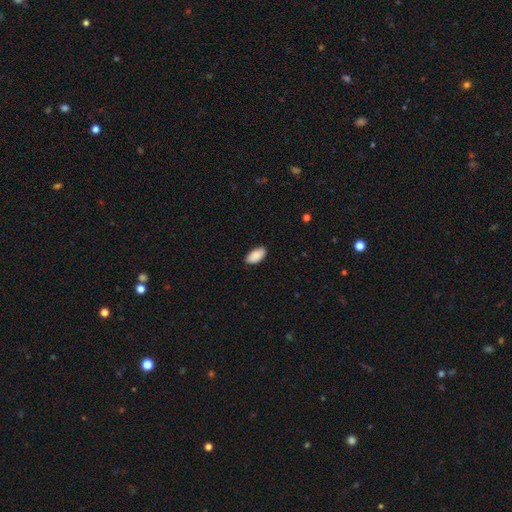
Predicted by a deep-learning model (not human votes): Q: Smooth or featured?
A: smooth (89%); runner-up: star or artifact (6%)
Q: How rounded?
A: in between (95%); runner-up: cigar-shaped (3%)
Q: Merging?
A: none (86%); runner-up: minor disturbance (11%)